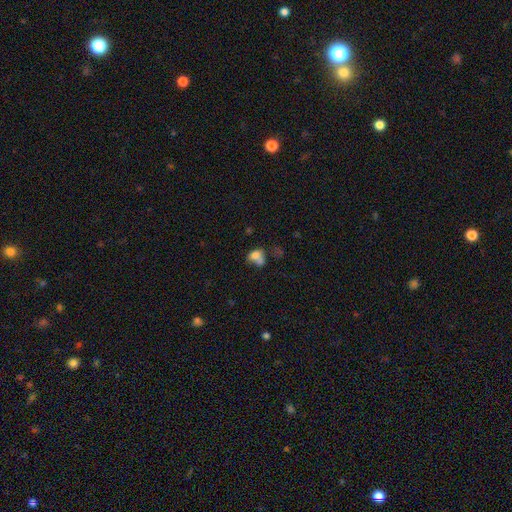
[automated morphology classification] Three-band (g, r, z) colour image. It shows a smooth galaxy with no disk features (72%) that is in between round and cigar-shaped (65%). Merging: merger (44%).